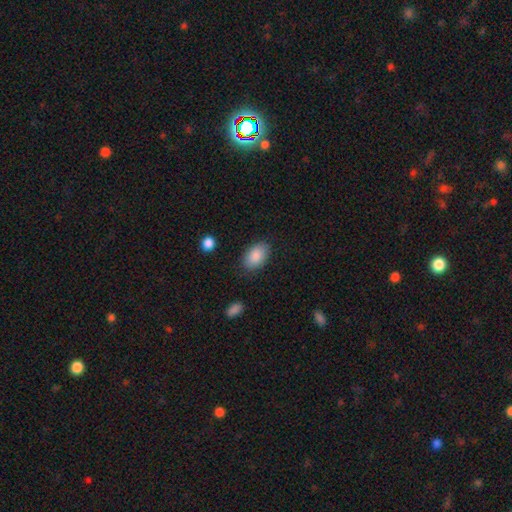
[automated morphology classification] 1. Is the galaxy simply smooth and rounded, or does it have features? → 87% smooth, 6% star or artifact, 6% featured or disk.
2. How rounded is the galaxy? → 92% in between, 7% round, 1% cigar-shaped.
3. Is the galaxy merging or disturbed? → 83% none, 12% minor disturbance, 3% major disturbance, 2% merger.